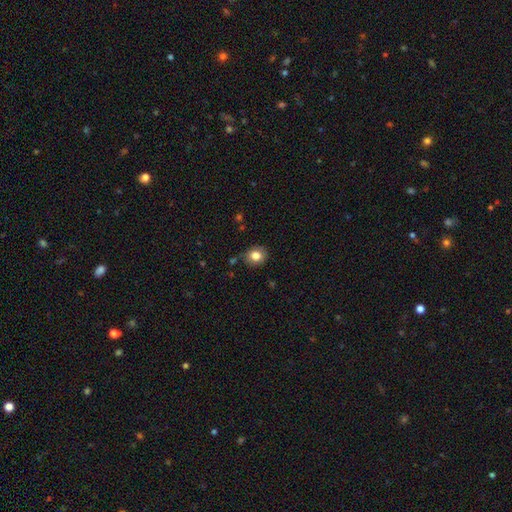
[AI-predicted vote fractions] Smooth or featured? smooth (82%)
How rounded? round (74%)
Merging? none (79%)